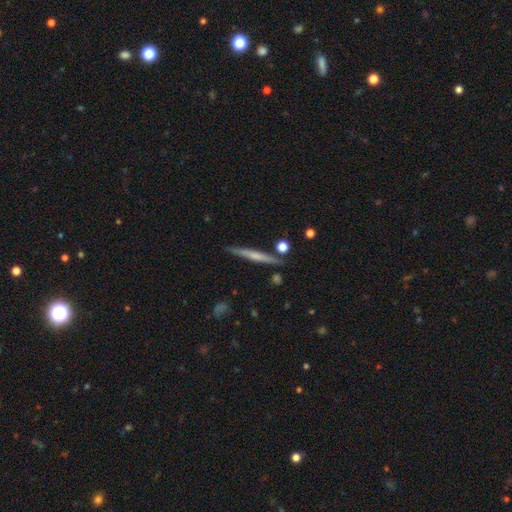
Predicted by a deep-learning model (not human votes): This appears to be a featured or disk galaxy (49%). Merging: none (86%).